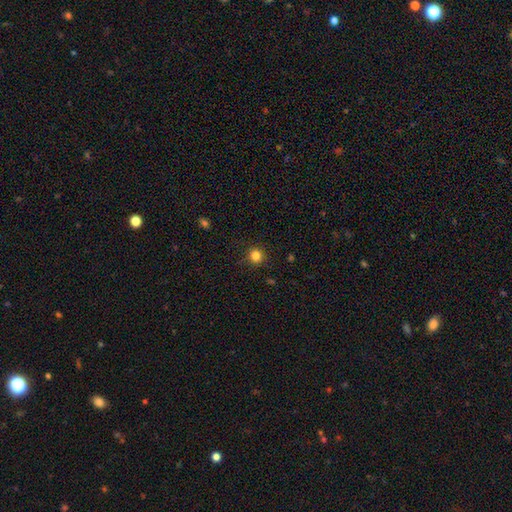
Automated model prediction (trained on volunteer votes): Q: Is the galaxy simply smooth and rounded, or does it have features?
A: smooth — 83%.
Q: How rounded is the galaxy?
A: round — 92%.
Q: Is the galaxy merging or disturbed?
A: none — 90%.